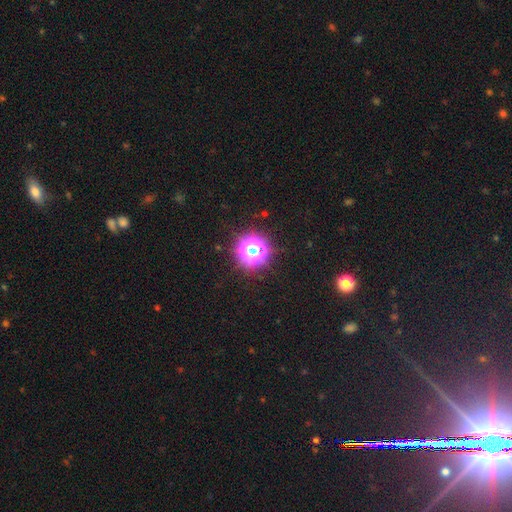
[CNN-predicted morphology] This is likely a star or artifact rather than a galaxy (77%).